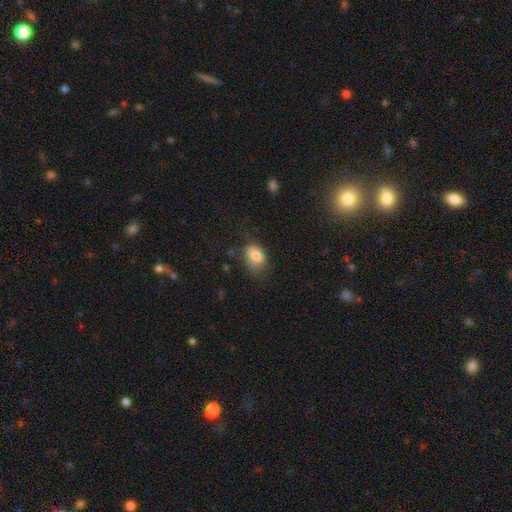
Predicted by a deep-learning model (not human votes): This is likely a smooth galaxy (77%). How rounded: likely in between (70%). Merging: possibly none (53%).